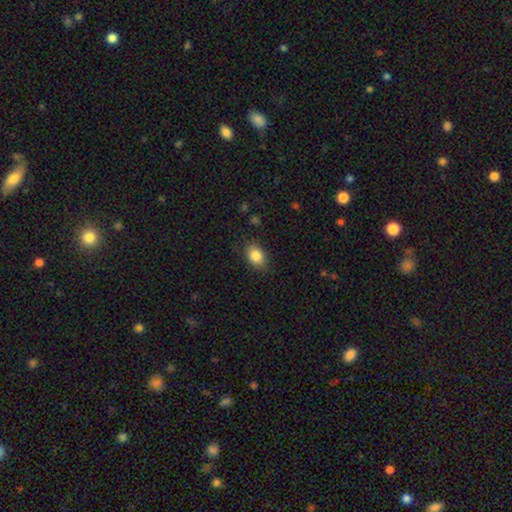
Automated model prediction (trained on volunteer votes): This is clearly a smooth galaxy (86%). How rounded: likely in between (78%). Merging: clearly none (84%).